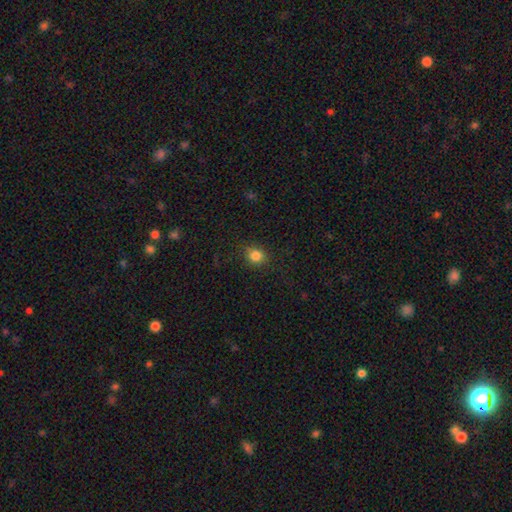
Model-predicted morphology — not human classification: This appears to be a smooth galaxy with no disk features (83%) that is round (84%). Merging: none (84%).